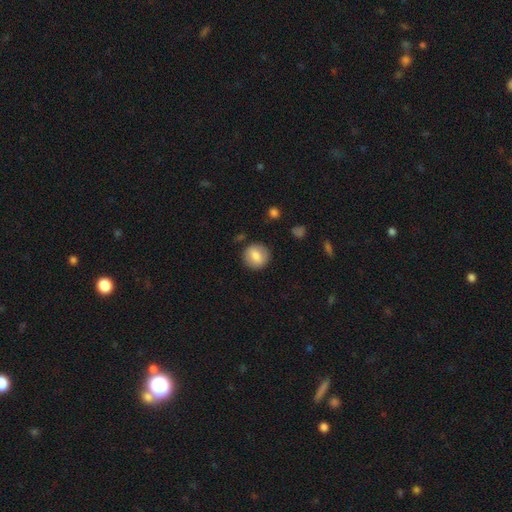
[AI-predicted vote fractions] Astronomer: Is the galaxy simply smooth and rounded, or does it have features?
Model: smooth — 77%.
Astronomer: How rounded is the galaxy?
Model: round — 89%.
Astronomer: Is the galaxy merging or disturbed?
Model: none — 87%.